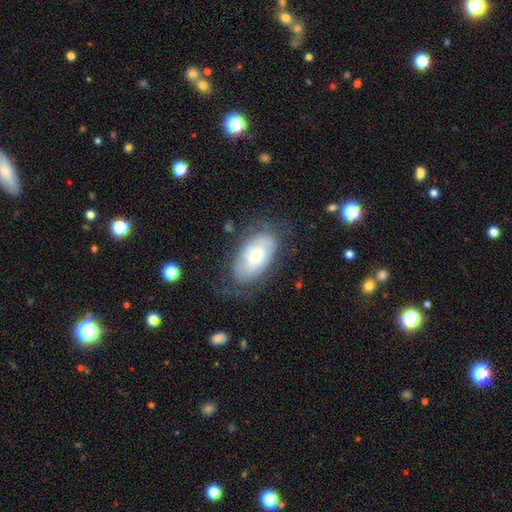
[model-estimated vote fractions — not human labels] Overall: smooth (50%; featured or disk 43%). Merging: none (62%; minor disturbance 23%).